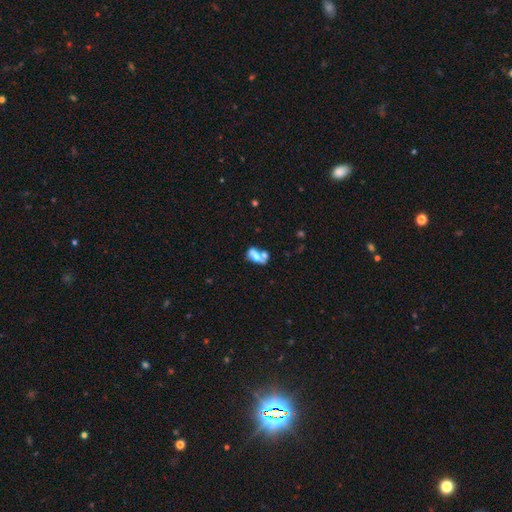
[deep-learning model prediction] This appears to be a smooth galaxy with no disk features (55%) that is in between round and cigar-shaped (80%). Merging: merger (54%).